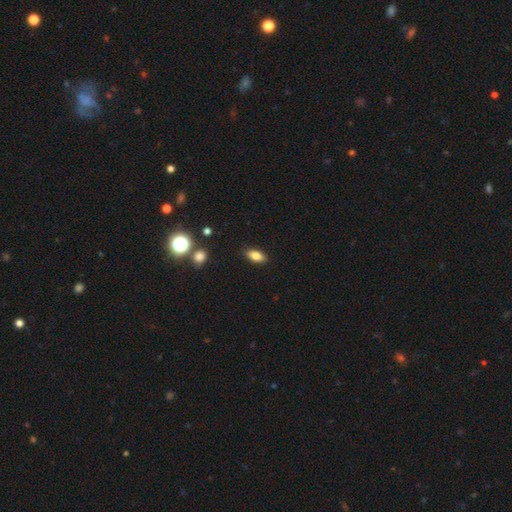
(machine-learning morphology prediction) smooth 78%, featured or disk 13%, star or artifact 9%. Down the decision tree: how rounded — in between (84%); merging — none (87%).